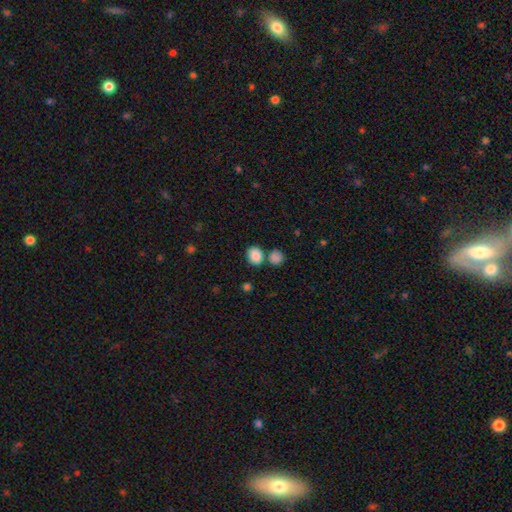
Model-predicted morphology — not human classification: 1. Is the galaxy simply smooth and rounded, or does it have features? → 86% smooth, 10% star or artifact, 4% featured or disk.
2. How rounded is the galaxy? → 52% round, 47% in between, 1% cigar-shaped.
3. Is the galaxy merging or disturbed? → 64% none, 21% merger, 11% minor disturbance, 3% major disturbance.